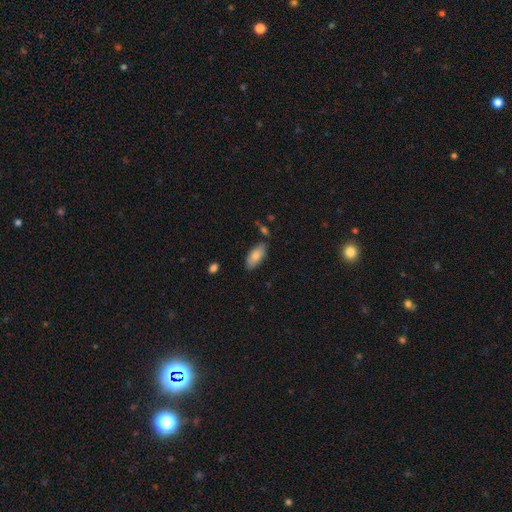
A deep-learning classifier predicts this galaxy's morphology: This appears to be a smooth galaxy with no disk features (80%) that is in between round and cigar-shaped (88%). Merging: none (76%).